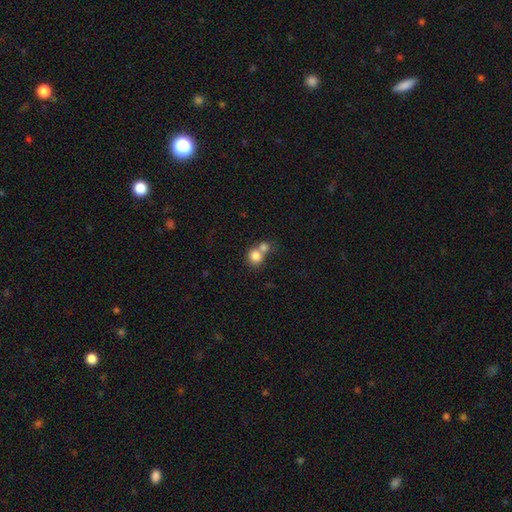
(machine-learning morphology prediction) The model was most divided on "merging": merger: 54%, none: 37%, minor disturbance: 6%, major disturbance: 3%. More confident: how rounded — round (83%); smooth or featured — smooth (80%).